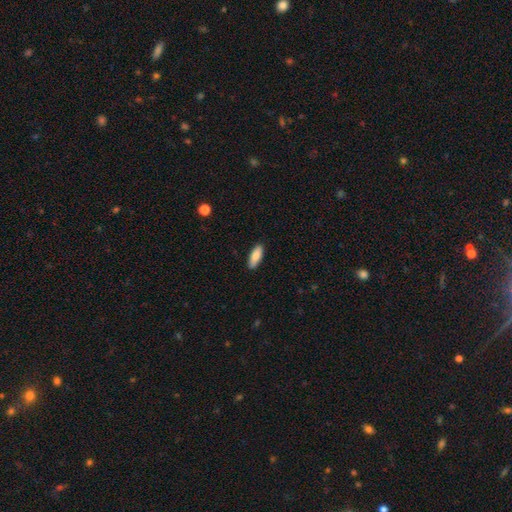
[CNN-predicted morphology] The model was most divided on "how rounded": in between: 69%, cigar-shaped: 29%, round: 2%. More confident: merging — none (88%); smooth or featured — smooth (83%).